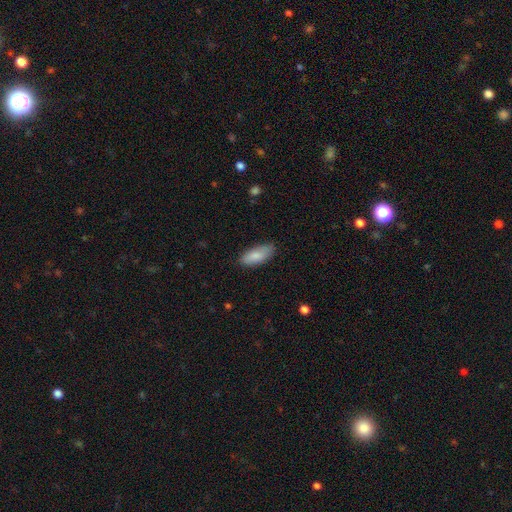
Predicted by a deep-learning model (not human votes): smooth-or-featured: smooth: 85% | featured or disk: 9% | star or artifact: 6%
  how-rounded: in between: 82% | cigar-shaped: 16% | round: 2%
  merging: none: 82% | minor disturbance: 14% | major disturbance: 3% | merger: 1%